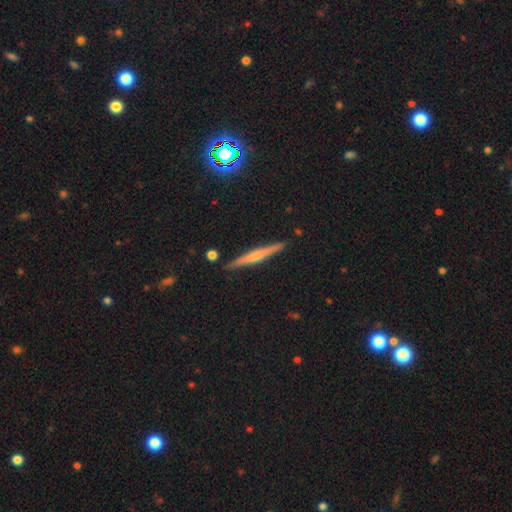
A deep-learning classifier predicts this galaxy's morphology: Smooth or featured? featured or disk (63%)
Edge-on disk? yes (98%)
Edge-on bulge? rounded (56%)
Merging? none (90%)